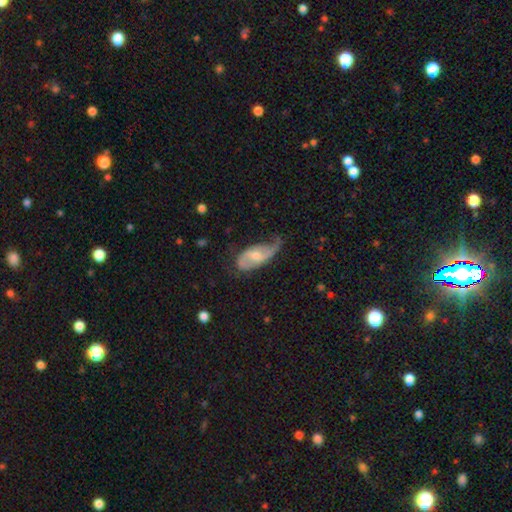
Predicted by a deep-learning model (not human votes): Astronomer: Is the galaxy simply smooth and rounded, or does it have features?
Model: featured or disk — 69%.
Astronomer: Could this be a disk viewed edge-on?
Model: no — 92%.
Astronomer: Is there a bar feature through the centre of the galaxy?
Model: no — 53% (runner-up: weak, 36%).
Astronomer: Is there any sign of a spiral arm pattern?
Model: yes — 87%.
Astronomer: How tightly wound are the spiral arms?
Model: loose — 48% (runner-up: medium, 35%).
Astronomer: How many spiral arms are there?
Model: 2 — 65%.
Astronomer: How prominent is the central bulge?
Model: moderate — 52% (runner-up: small, 42%).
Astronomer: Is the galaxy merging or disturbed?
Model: none — 39% (runner-up: minor disturbance, 36%).